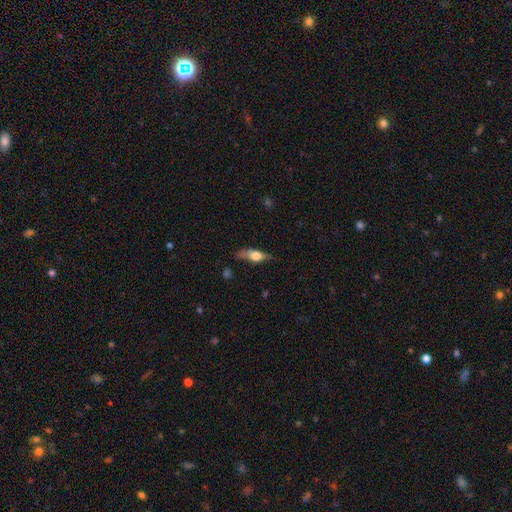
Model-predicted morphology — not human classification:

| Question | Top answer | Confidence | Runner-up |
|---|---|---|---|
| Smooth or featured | smooth | 54% | featured or disk (38%) |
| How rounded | in between | 55% | cigar-shaped (39%) |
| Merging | none | 54% | minor disturbance (29%) |